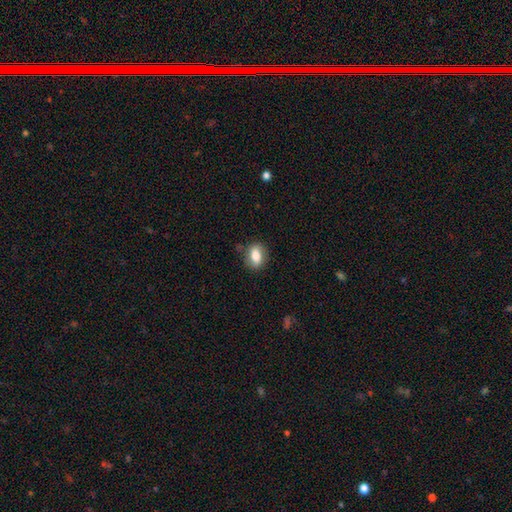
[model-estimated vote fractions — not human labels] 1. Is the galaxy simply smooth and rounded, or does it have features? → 77% smooth, 15% featured or disk, 8% star or artifact.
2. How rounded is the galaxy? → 71% in between, 26% round, 3% cigar-shaped.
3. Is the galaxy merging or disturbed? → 81% none, 14% minor disturbance, 3% major disturbance, 2% merger.